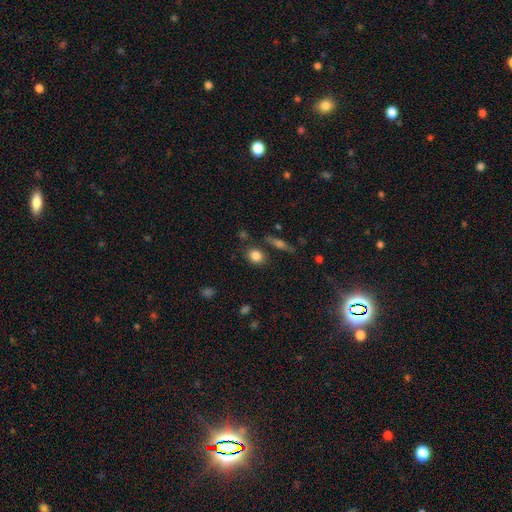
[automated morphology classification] smooth 84%, star or artifact 10%, featured or disk 7%. Down the decision tree: how rounded — round (58%); merging — none (78%).